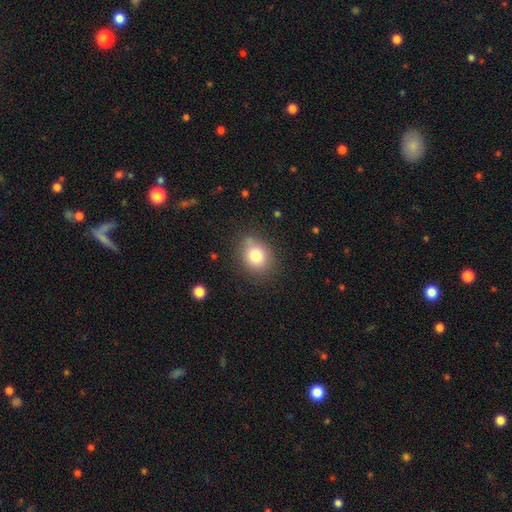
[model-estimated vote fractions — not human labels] Smooth or featured: smooth — 79% (star or artifact — 11%)
How rounded: round — 58% (in between — 41%)
Merging: none — 78% (minor disturbance — 15%)